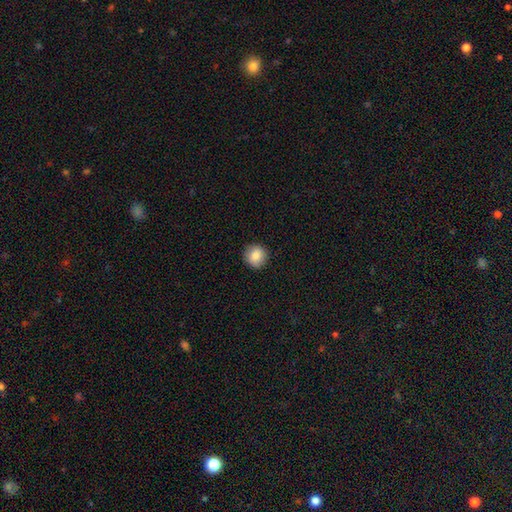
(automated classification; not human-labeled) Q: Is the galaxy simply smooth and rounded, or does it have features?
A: smooth — 85%.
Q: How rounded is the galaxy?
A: round — 92%.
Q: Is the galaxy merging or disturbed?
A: none — 91%.